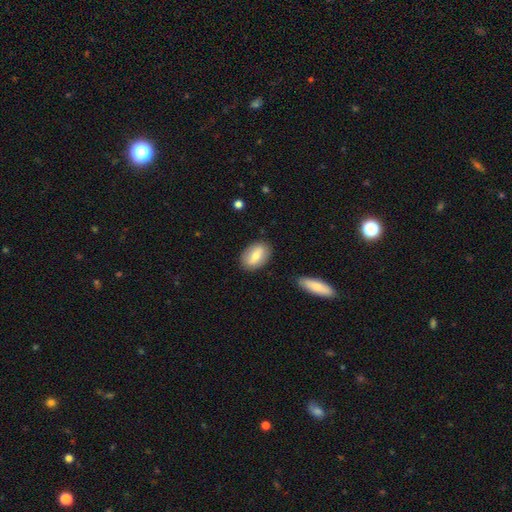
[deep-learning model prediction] Smooth or featured?
  - smooth: 69% *
  - featured or disk: 25%
  - star or artifact: 6%
How rounded?
  - in between: 86% *
  - round: 11%
  - cigar-shaped: 3%
Merging?
  - none: 85% *
  - minor disturbance: 11%
  - major disturbance: 3%
  - merger: 2%